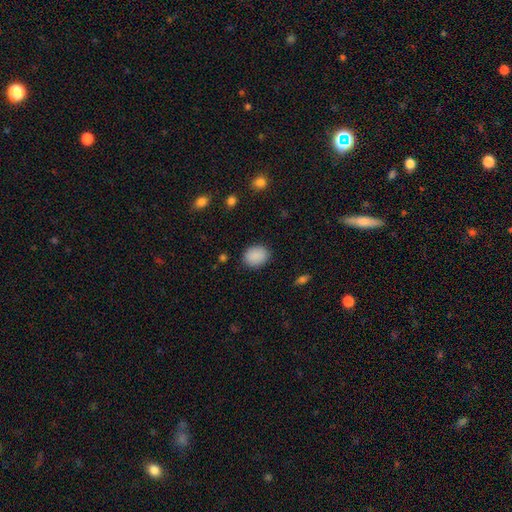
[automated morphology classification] This is clearly a smooth galaxy (89%). How rounded: possibly in between (54%). Merging: clearly none (87%).